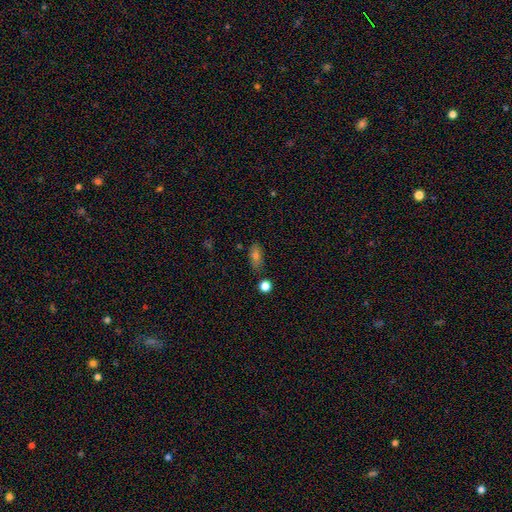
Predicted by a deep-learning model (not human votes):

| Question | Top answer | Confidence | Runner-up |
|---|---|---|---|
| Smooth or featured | smooth | 72% | featured or disk (14%) |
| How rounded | in between | 79% | cigar-shaped (13%) |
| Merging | none | 80% | minor disturbance (12%) |